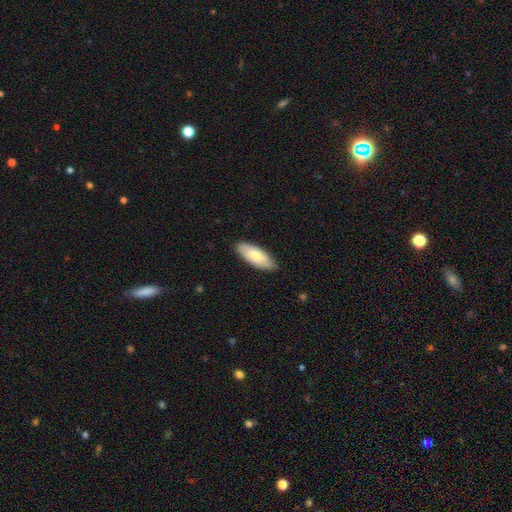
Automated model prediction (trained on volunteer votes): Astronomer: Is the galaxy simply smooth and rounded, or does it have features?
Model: smooth — 67%.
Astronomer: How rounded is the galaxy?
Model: in between — 80%.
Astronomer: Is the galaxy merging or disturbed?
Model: none — 83%.